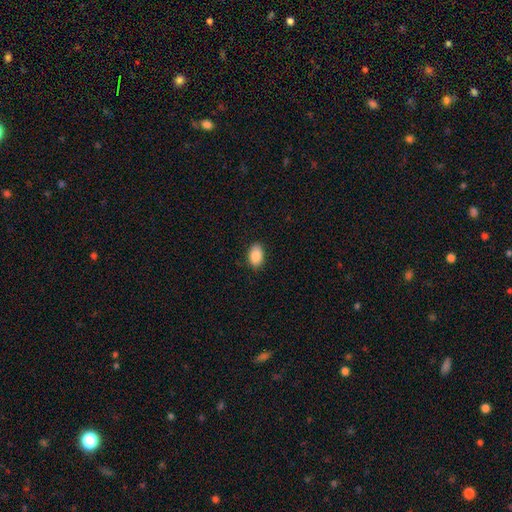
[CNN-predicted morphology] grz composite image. It shows a smooth galaxy with no disk features (88%) that is in between round and cigar-shaped (90%). Merging: none (87%).